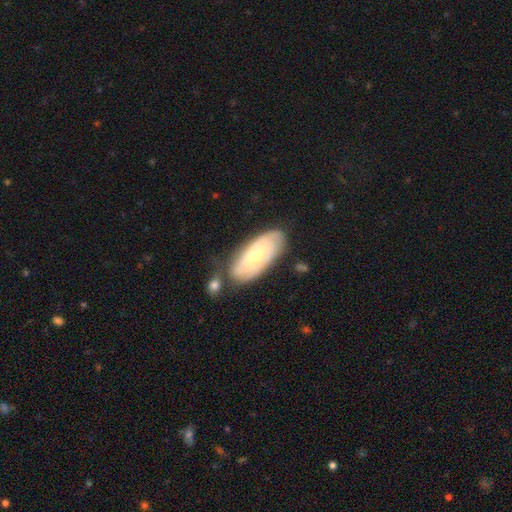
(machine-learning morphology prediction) featured or disk 51%, smooth 44%, star or artifact 6%. Down the decision tree: edge-on disk — no (87%); merging — none (65%).